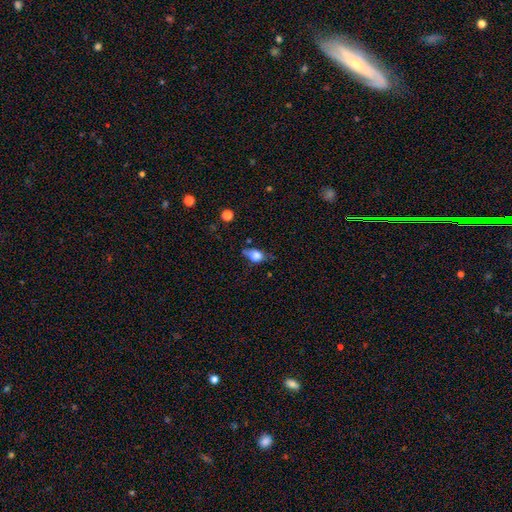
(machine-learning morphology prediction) A smooth galaxy with no disk features (69%) that is in between round and cigar-shaped (64%).

Vote fractions:
- Smooth or featured? smooth: 69% / featured or disk: 20% / star or artifact: 11%
- How rounded? in between: 64% / round: 29% / cigar-shaped: 7%
- Merging? none: 42% / minor disturbance: 36% / major disturbance: 18% / merger: 4%